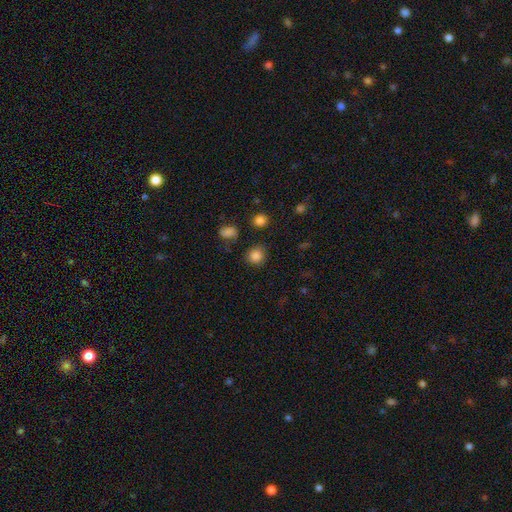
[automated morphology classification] This is clearly a smooth galaxy (84%). How rounded: clearly round (88%). Merging: clearly none (84%).